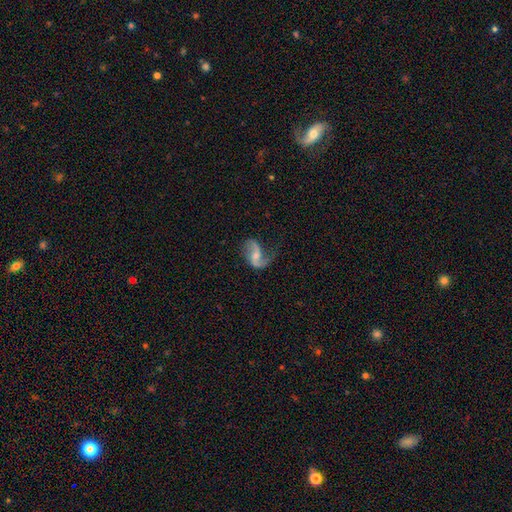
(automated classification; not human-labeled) A featured or disk galaxy (84%) with a weak bar (46%), 2 (85%) loose (73%) spiral arms (95%) and a small central bulge (44%). Merging: none (59%).